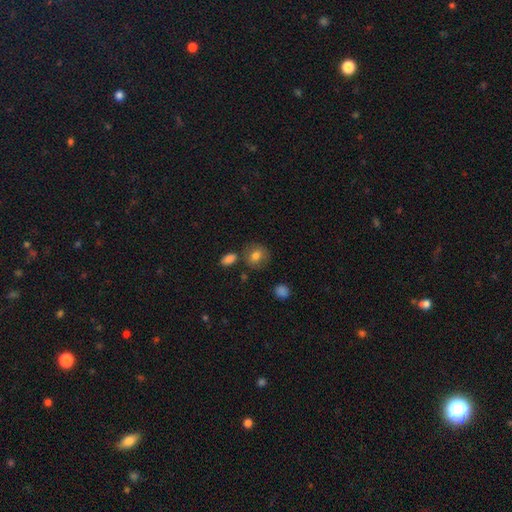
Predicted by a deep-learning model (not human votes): Smooth or featured? smooth (78%)
How rounded? round (70%)
Merging? none (72%)